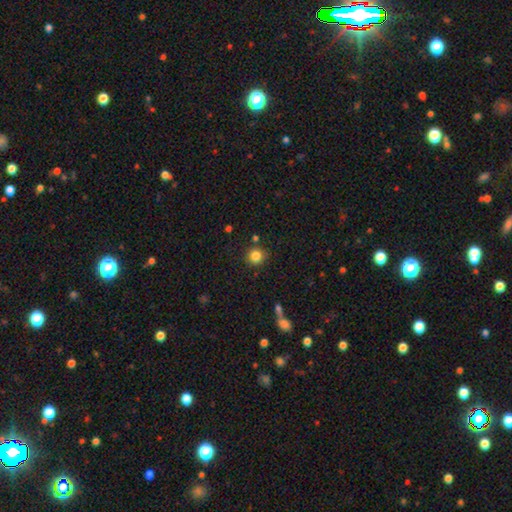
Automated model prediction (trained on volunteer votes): This is clearly a smooth galaxy (84%). How rounded: clearly round (90%). Merging: clearly none (83%).